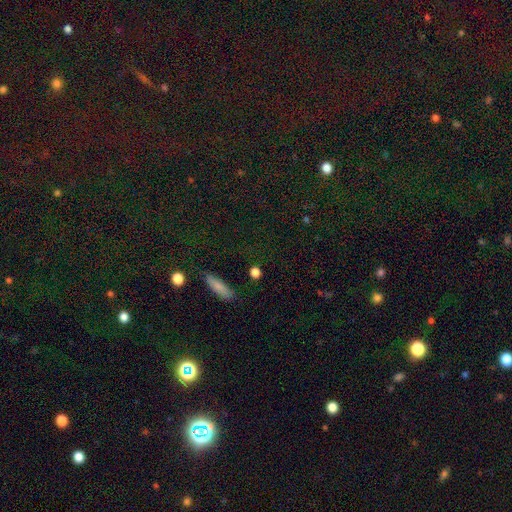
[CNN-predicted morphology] Smooth or featured: star or artifact — 47% (smooth — 38%)